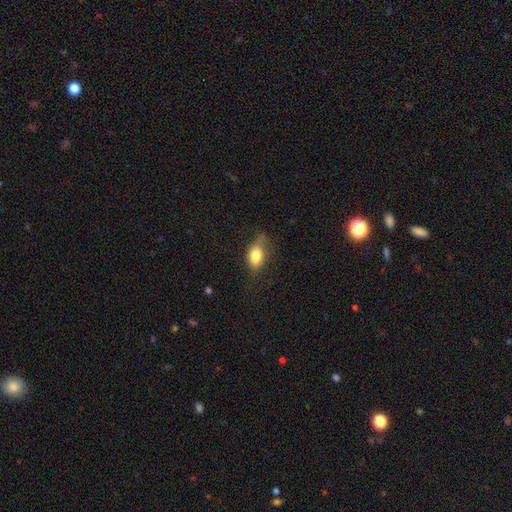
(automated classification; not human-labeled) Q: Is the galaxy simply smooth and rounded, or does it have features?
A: smooth — 80%.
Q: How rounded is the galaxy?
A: in between — 83%.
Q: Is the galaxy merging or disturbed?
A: none — 52%.